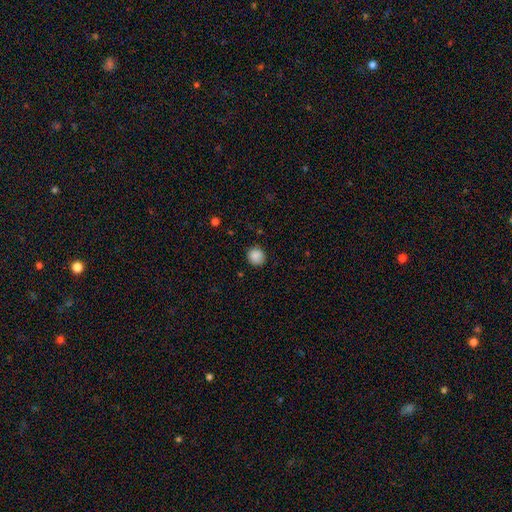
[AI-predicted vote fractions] Smooth or featured: smooth — 88% (star or artifact — 9%)
How rounded: round — 87% (in between — 12%)
Merging: none — 86% (minor disturbance — 10%)